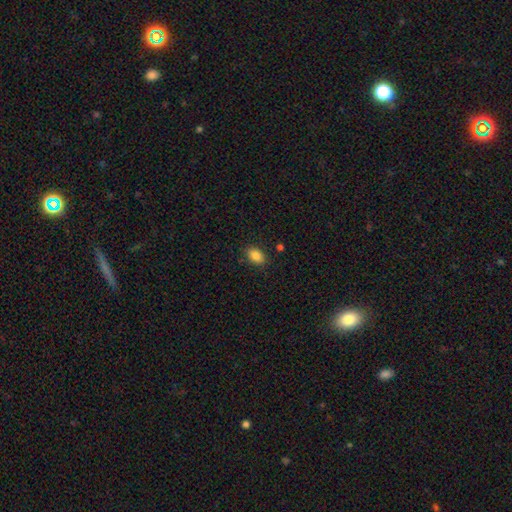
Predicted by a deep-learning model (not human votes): Q: Smooth or featured?
A: smooth (85%); runner-up: star or artifact (9%)
Q: How rounded?
A: in between (86%); runner-up: round (12%)
Q: Merging?
A: none (85%); runner-up: minor disturbance (10%)